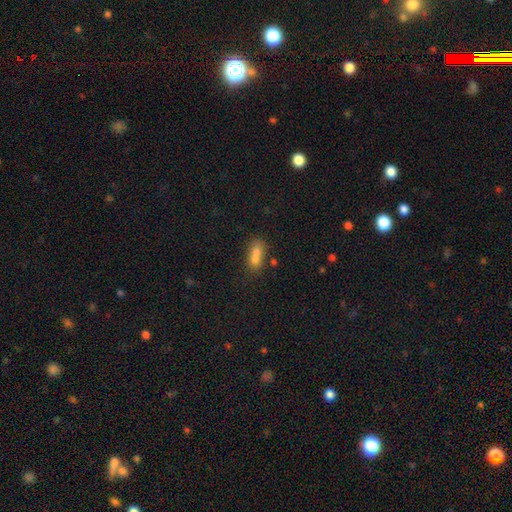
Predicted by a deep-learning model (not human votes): A smooth galaxy with no disk features (71%) that is in between round and cigar-shaped (70%).

Vote fractions:
- Smooth or featured? smooth: 71% / featured or disk: 17% / star or artifact: 12%
- How rounded? in between: 70% / round: 18% / cigar-shaped: 12%
- Merging? merger: 52% / none: 31% / minor disturbance: 11% / major disturbance: 5%